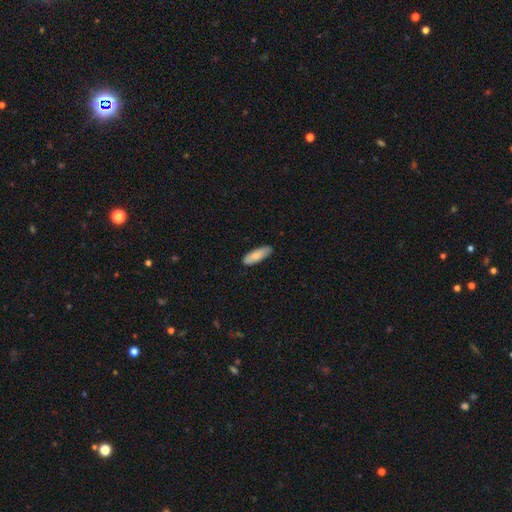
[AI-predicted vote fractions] Morphology: type=smooth (82%); roundness=in between (60%); merging=none (80%).